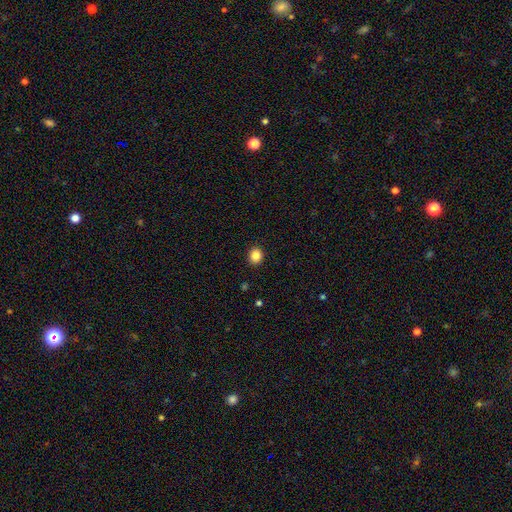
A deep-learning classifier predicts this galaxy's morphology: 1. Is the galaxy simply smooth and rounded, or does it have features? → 86% smooth, 10% star or artifact, 4% featured or disk.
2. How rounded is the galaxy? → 73% round, 26% in between, 1% cigar-shaped.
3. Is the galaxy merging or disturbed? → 91% none, 6% minor disturbance, 2% major disturbance, 1% merger.